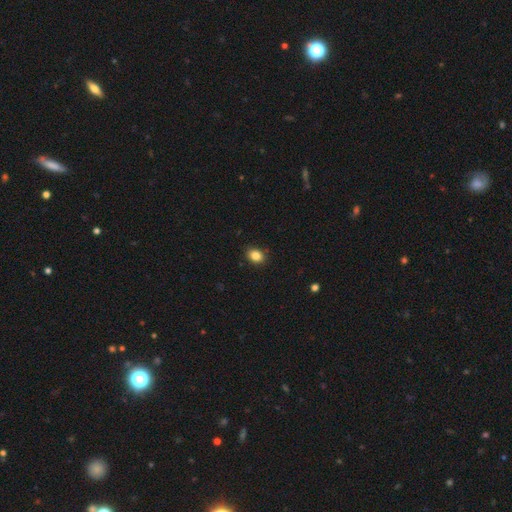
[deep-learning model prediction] Smooth or featured? Predicted: smooth (p=0.85). How rounded? Predicted: in between (p=0.61). Merging? Predicted: none (p=0.88).